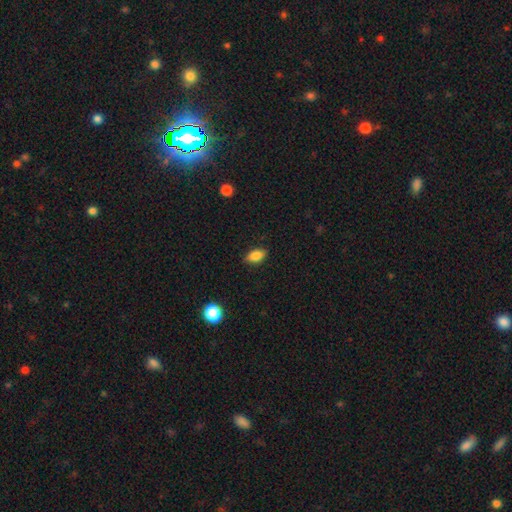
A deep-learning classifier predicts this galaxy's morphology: Smooth or featured? Predicted: smooth (p=0.85). How rounded? Predicted: in between (p=0.88). Merging? Predicted: none (p=0.86).